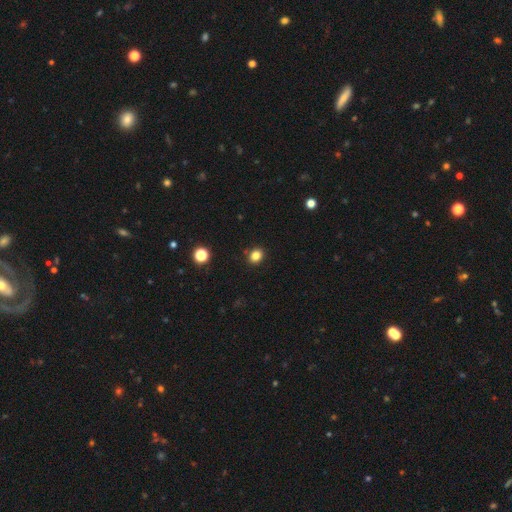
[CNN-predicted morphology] smooth_or_featured: smooth (p=0.83) [alt: star or artifact p=0.12]
how_rounded: round (p=0.67) [alt: in between p=0.32]
merging: none (p=0.89) [alt: minor disturbance p=0.07]